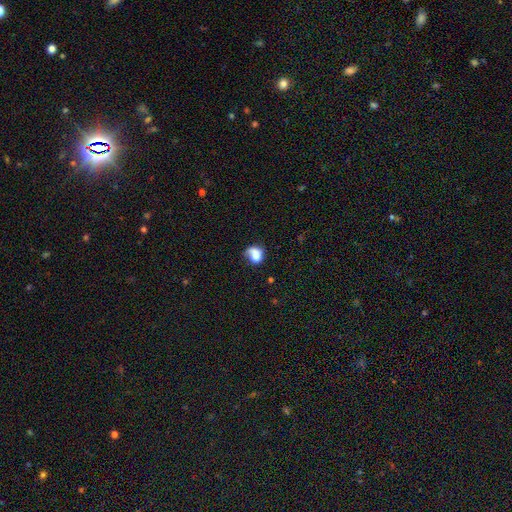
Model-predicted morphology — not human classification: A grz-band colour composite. It shows a smooth galaxy with no disk features (66%) that is round (63%). Merging: none (37%).